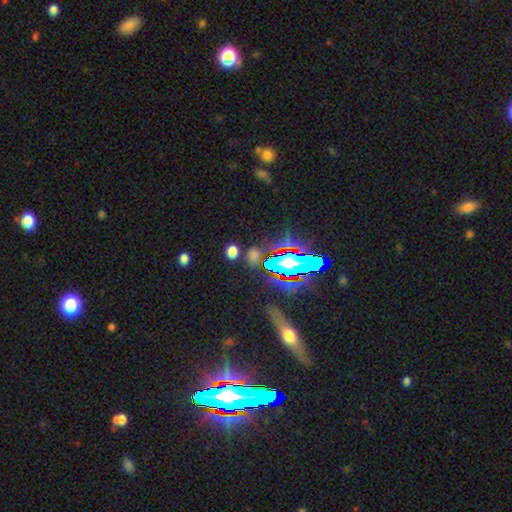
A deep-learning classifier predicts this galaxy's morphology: Overall: star or artifact (57%; smooth 25%).